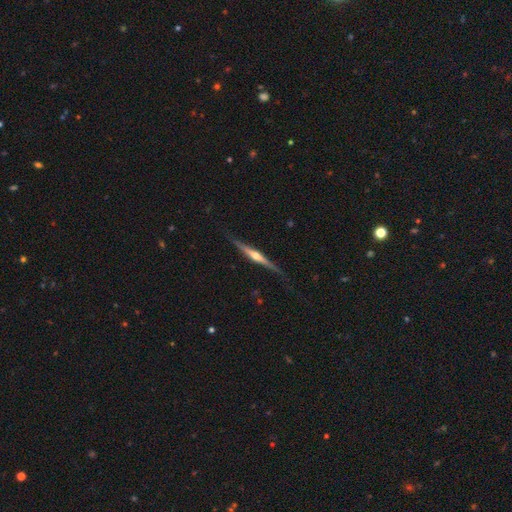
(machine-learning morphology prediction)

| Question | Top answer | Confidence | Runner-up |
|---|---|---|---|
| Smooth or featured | featured or disk | 77% | smooth (18%) |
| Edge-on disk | yes | 98% | no (2%) |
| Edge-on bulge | rounded | 87% | none (8%) |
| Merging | none | 81% | minor disturbance (14%) |